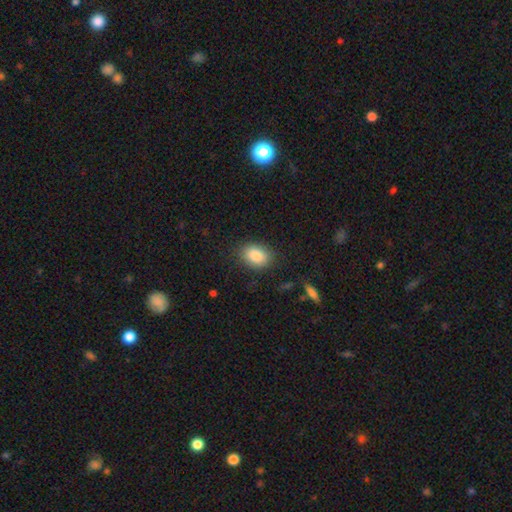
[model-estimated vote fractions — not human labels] This is clearly a smooth galaxy (86%). How rounded: likely in between (75%). Merging: clearly none (82%).